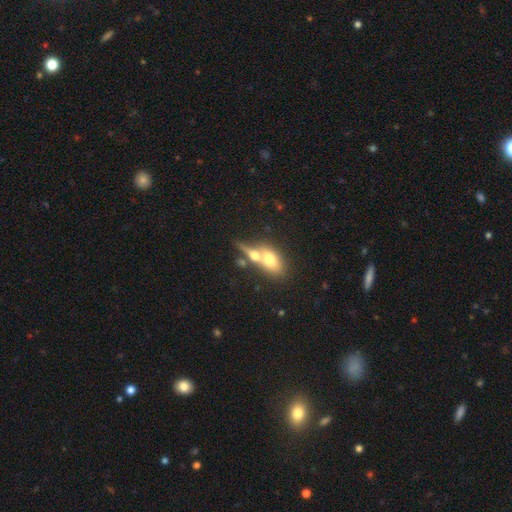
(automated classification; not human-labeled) smooth 55%, featured or disk 31%, star or artifact 14%. Down the decision tree: how rounded — in between (62%); merging — merger (53%).